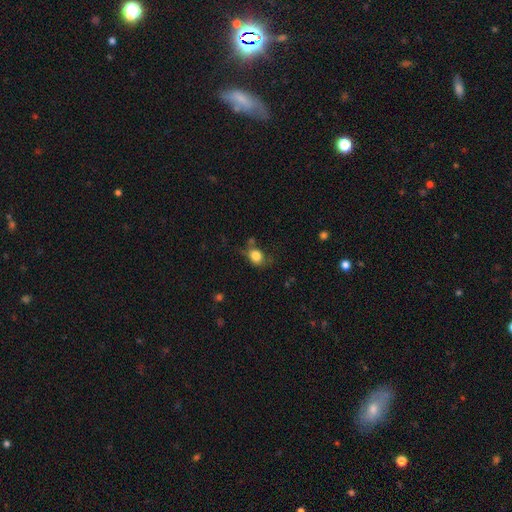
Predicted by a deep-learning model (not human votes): smooth_or_featured: smooth (p=0.81) [alt: star or artifact p=0.10]
how_rounded: in between (p=0.49) [tied with: round p=0.49]
merging: none (p=0.53) [alt: minor disturbance p=0.28]